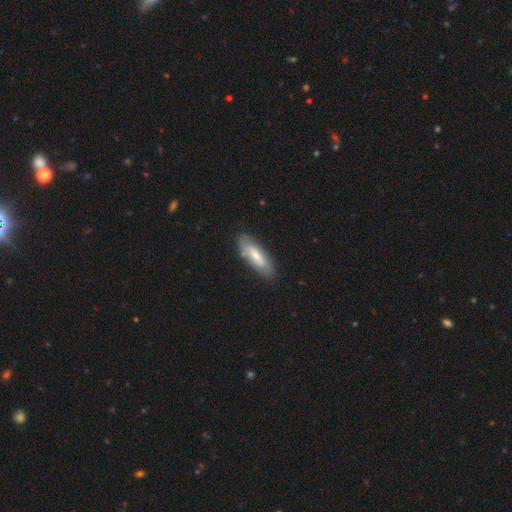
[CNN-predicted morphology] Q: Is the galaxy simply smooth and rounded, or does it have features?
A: smooth — 67%.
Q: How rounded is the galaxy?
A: in between — 54%.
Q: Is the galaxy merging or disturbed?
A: none — 80%.